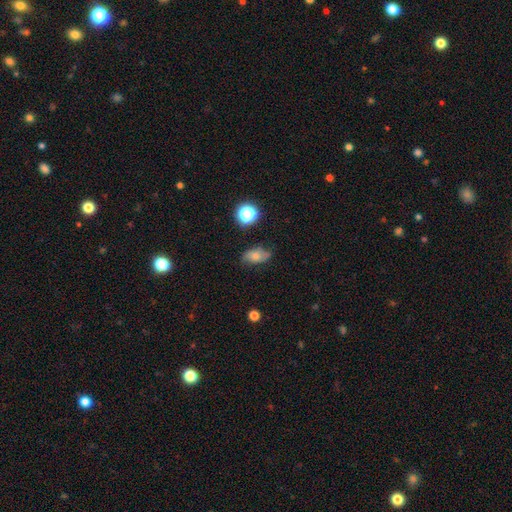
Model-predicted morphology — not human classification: Smooth or featured? smooth (61%)
How rounded? in between (83%)
Merging? none (66%)